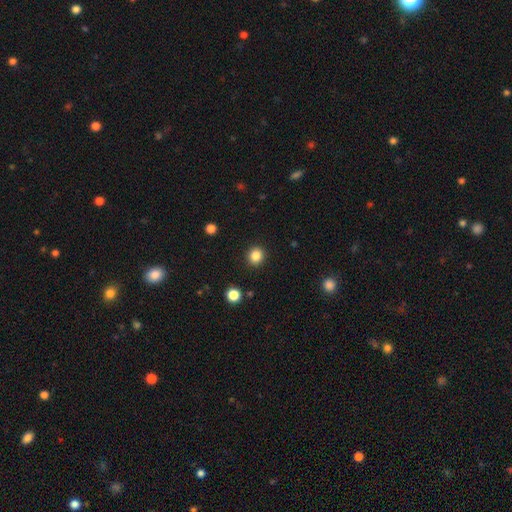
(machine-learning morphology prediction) smooth 85%, star or artifact 11%, featured or disk 4%. Down the decision tree: how rounded — round (87%); merging — none (91%).